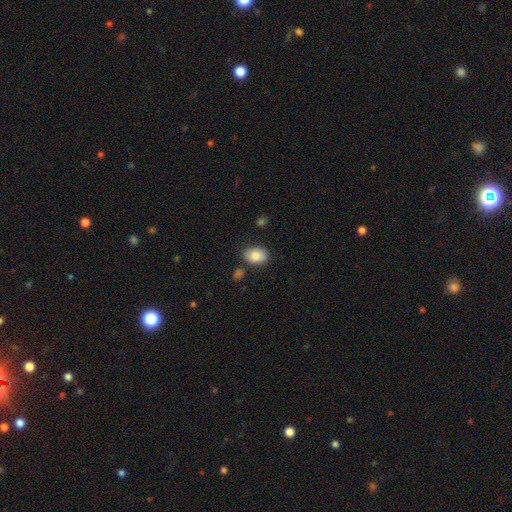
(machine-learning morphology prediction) type=smooth (86%); roundness=in between (82%); merging=none (76%).